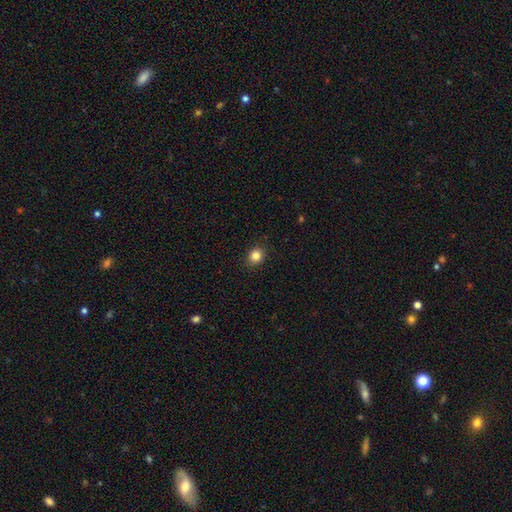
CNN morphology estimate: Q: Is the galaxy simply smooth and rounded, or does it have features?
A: smooth — 84%.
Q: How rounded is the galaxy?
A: round — 76%.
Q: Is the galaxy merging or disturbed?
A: none — 90%.